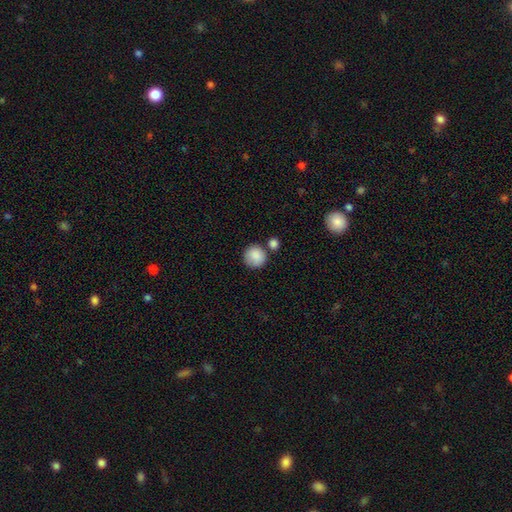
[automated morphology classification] Q: Smooth or featured?
A: smooth (88%); runner-up: star or artifact (7%)
Q: How rounded?
A: round (92%); runner-up: in between (7%)
Q: Merging?
A: none (70%); runner-up: merger (14%)